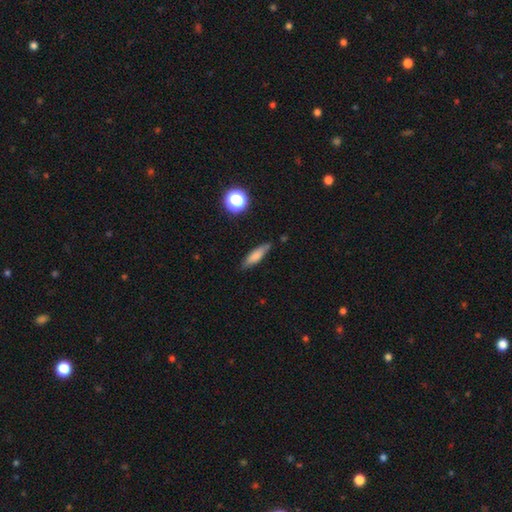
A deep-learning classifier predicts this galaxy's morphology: This appears to be a smooth galaxy with no disk features (73%) that is cigar-shaped (63%). Merging: none (79%).